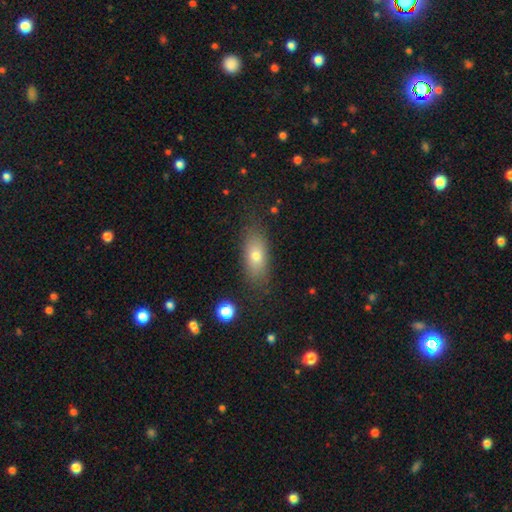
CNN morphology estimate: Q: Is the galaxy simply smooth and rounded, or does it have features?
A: smooth — 72%.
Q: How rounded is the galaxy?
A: in between — 75%.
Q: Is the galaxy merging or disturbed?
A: none — 80%.